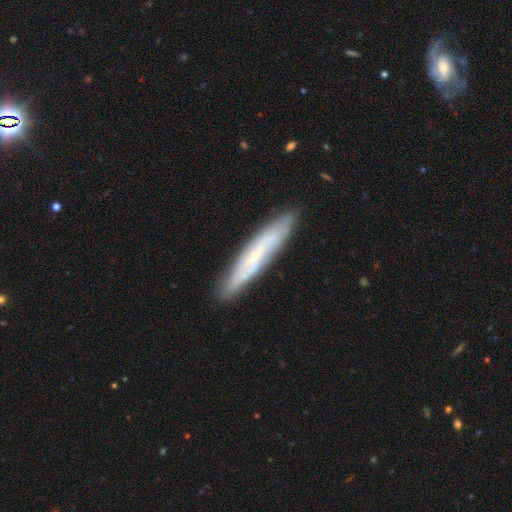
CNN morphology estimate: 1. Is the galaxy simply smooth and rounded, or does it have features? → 48% featured or disk, 45% smooth, 7% star or artifact.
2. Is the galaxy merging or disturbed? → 85% none, 11% minor disturbance, 2% major disturbance, 2% merger.